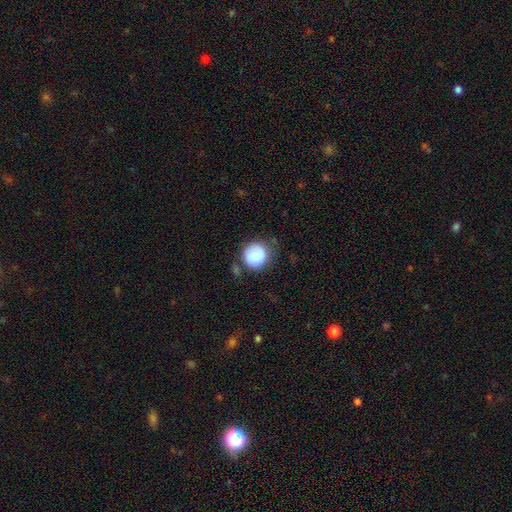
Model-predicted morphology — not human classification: smooth-or-featured: smooth: 77% | featured or disk: 15% | star or artifact: 7%
  how-rounded: round: 91% | in between: 8% | cigar-shaped: 1%
  merging: none: 68% | minor disturbance: 20% | major disturbance: 8% | merger: 5%